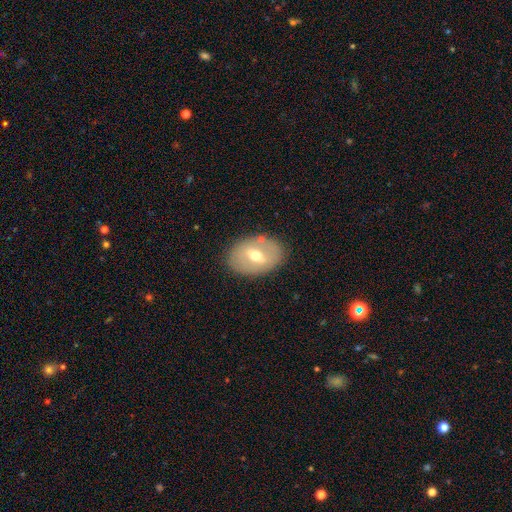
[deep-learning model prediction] smooth_or_featured: smooth (p=0.46) [tied with: featured or disk p=0.46]
merging: none (p=0.82) [alt: minor disturbance p=0.12]